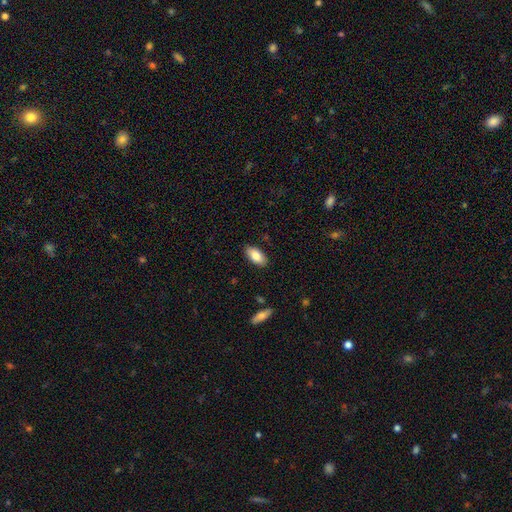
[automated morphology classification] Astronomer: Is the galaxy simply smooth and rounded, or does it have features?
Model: smooth — 85%.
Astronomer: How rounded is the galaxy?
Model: in between — 91%.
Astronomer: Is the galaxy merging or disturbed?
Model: none — 87%.